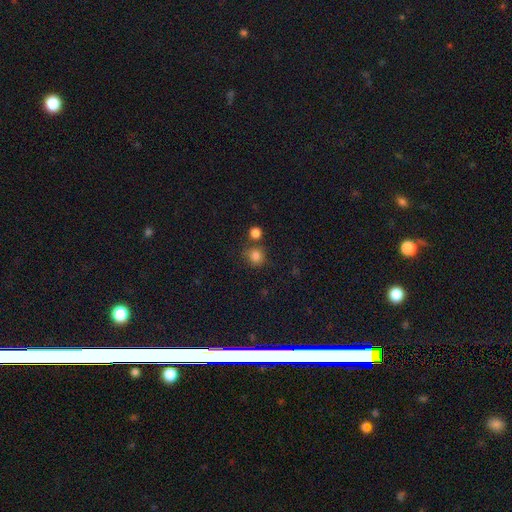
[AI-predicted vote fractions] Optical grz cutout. It shows a smooth galaxy with no disk features (81%) that is round (87%). Merging: none (69%).